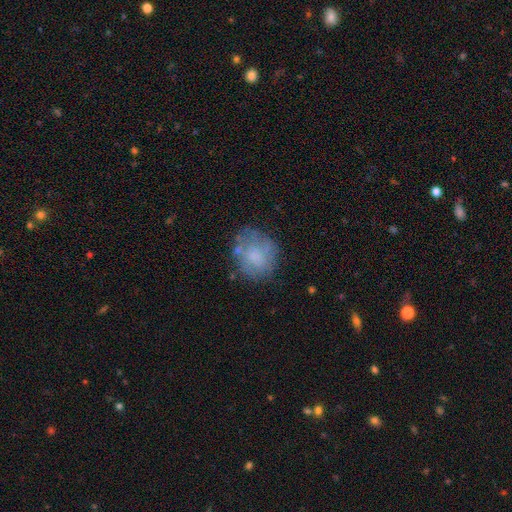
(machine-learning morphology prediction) smooth 58%, featured or disk 33%, star or artifact 9%. Down the decision tree: how rounded — round (73%); merging — none (62%).